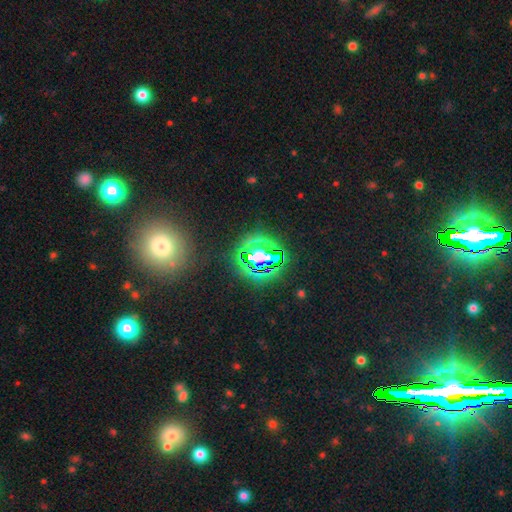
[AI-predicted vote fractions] A star or artifact, not a galaxy (73%).